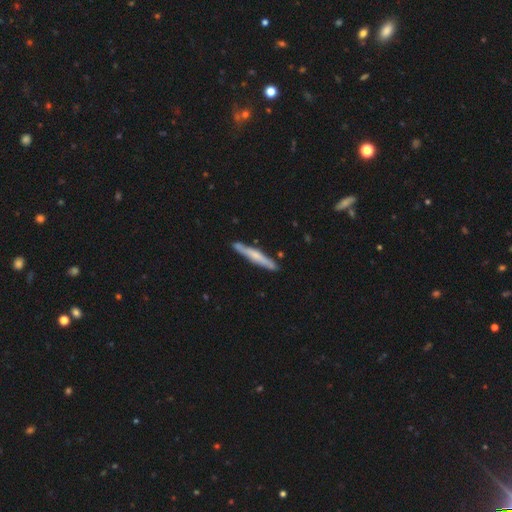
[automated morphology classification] A smooth galaxy with no disk features (48%). Merging: none (85%).